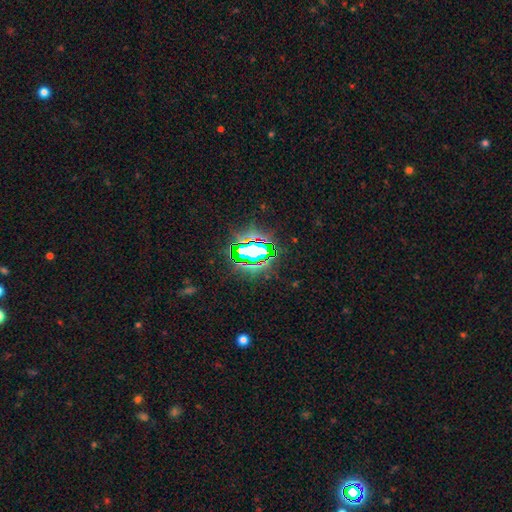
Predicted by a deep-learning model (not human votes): smooth-or-featured: star or artifact: 70% | smooth: 17% | featured or disk: 13%